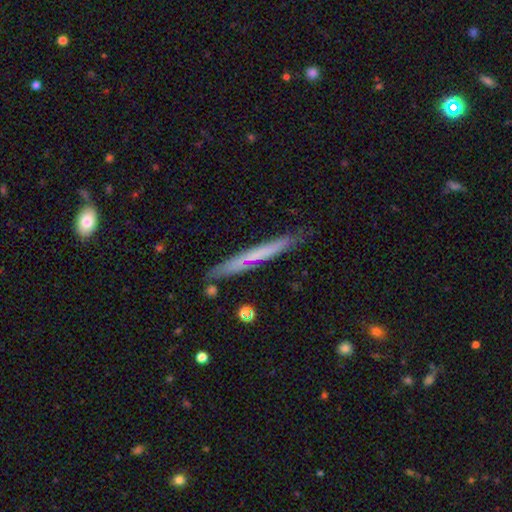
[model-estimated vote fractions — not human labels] A smooth galaxy with no disk features (48%).

Vote fractions:
- Smooth or featured? smooth: 48% / featured or disk: 46% / star or artifact: 6%
- Merging? none: 81% / minor disturbance: 14% / merger: 3% / major disturbance: 2%